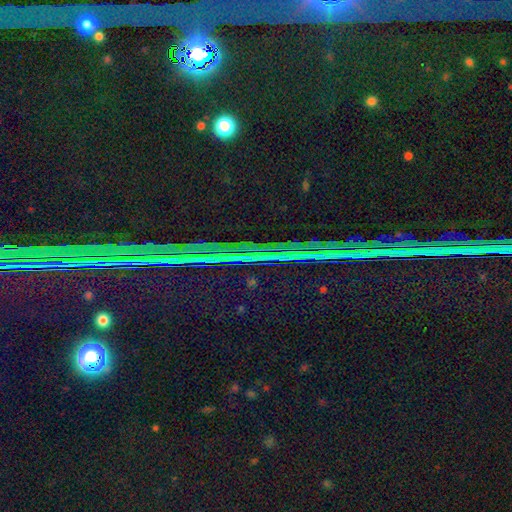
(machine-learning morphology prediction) This appears to be a star or artifact, not a galaxy (88%).